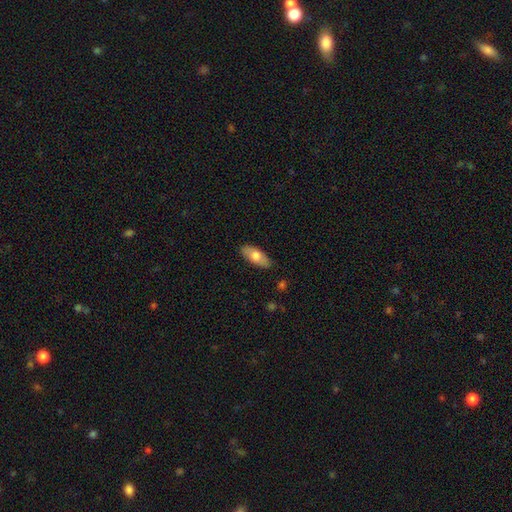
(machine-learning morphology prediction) A smooth galaxy with no disk features (70%) that is in between round and cigar-shaped (85%). Merging: none (84%).